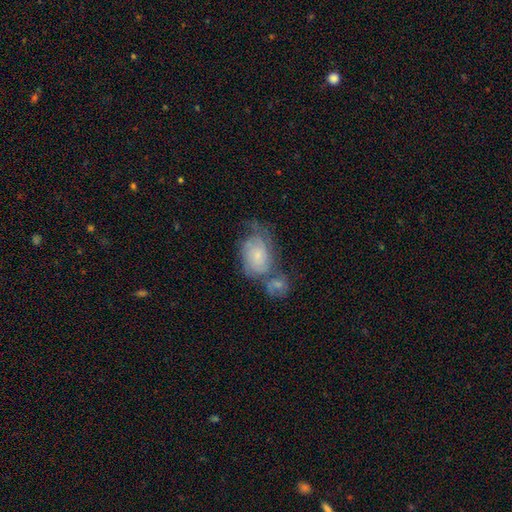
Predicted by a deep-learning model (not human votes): Smooth or featured? featured or disk (50%)
Edge-on disk? no (96%)
Merging? merger (36%)